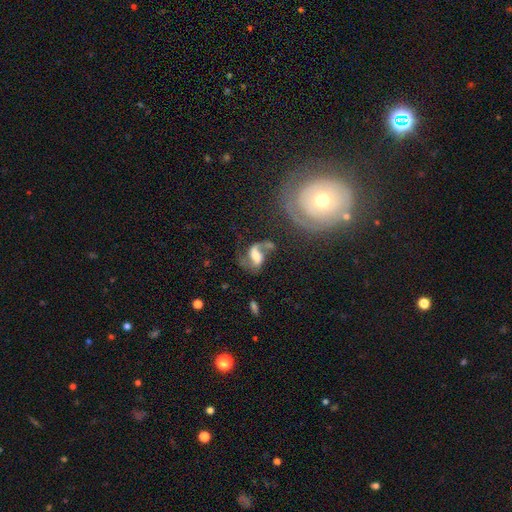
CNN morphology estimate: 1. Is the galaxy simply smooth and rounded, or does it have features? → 76% featured or disk, 15% smooth, 9% star or artifact.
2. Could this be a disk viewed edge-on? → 97% no, 3% yes.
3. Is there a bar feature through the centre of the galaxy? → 43% weak, 31% no, 26% strong.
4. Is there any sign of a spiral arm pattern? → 92% yes, 8% no.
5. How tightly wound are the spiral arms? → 54% loose, 37% medium, 9% tight.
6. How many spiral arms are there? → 83% 2, 10% 1, 4% can't tell, 2% 3, 1% 4, 1% more than 4.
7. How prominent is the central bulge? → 35% moderate, 27% large, 20% small, 14% none, 4% dominant.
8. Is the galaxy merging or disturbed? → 40% none, 27% major disturbance, 18% minor disturbance, 15% merger.